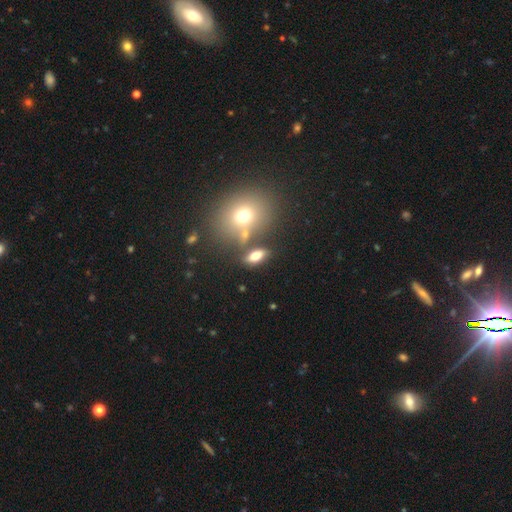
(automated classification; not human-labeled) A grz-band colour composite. It shows a smooth galaxy with no disk features (72%) that is in between round and cigar-shaped (78%). Merging: none (70%).